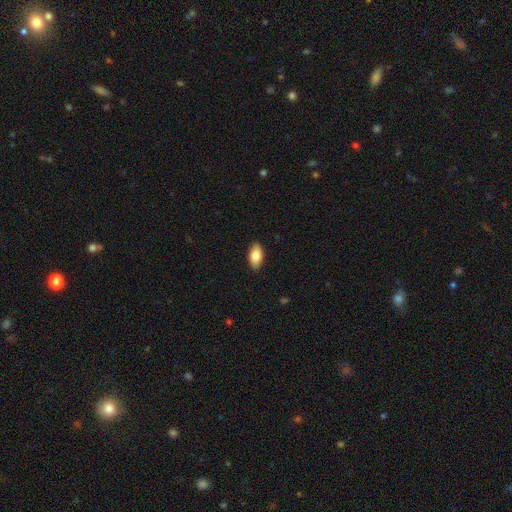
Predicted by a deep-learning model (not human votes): This appears to be a smooth galaxy with no disk features (83%) that is in between round and cigar-shaped (92%). Merging: none (89%).